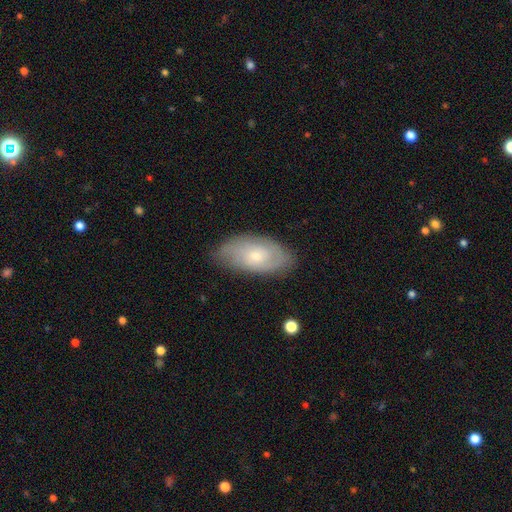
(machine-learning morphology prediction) smooth-or-featured: featured or disk: 51% | smooth: 43% | star or artifact: 7%
  disk-edge-on: no: 91% | yes: 9%
  merging: none: 77% | minor disturbance: 18% | major disturbance: 4% | merger: 1%